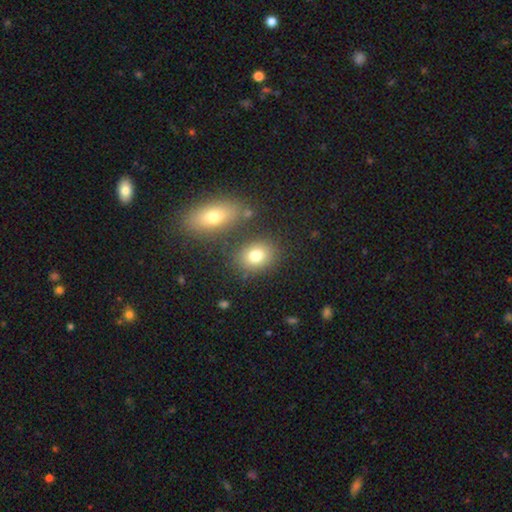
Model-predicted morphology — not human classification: Q: Smooth or featured?
A: smooth (78%); runner-up: star or artifact (12%)
Q: How rounded?
A: in between (52%); runner-up: round (46%)
Q: Merging?
A: none (76%); runner-up: minor disturbance (11%)